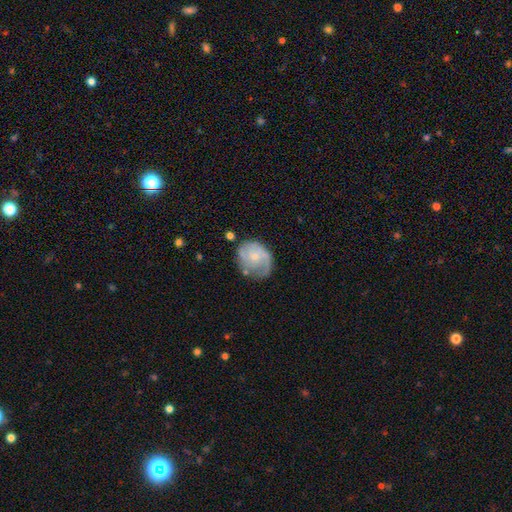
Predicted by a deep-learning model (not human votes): Q: Smooth or featured?
A: featured or disk (60%); runner-up: smooth (33%)
Q: Edge-on disk?
A: no (98%); runner-up: yes (2%)
Q: Bar?
A: no (76%); runner-up: weak (22%)
Q: Spiral arms?
A: yes (77%); runner-up: no (23%)
Q: Bulge size?
A: small (65%); runner-up: moderate (26%)
Q: Merging?
A: none (52%); runner-up: minor disturbance (28%)